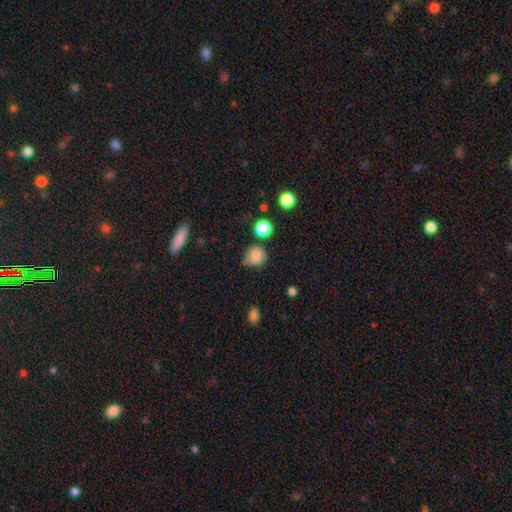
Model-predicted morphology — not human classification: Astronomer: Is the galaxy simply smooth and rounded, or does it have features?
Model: smooth — 84%.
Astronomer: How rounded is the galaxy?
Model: round — 84%.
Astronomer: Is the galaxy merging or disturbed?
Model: none — 69%.